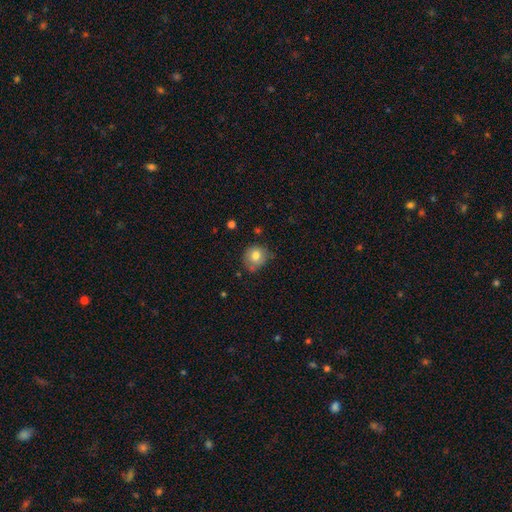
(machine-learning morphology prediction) Q: Smooth or featured?
A: smooth (77%); runner-up: featured or disk (14%)
Q: How rounded?
A: round (81%); runner-up: in between (18%)
Q: Merging?
A: none (61%); runner-up: minor disturbance (29%)